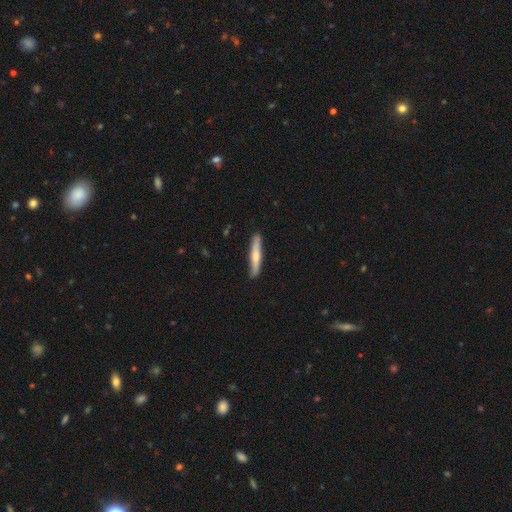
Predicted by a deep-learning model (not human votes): A smooth galaxy with no disk features (58%) that is cigar-shaped (92%).

Vote fractions:
- Smooth or featured? smooth: 58% / featured or disk: 37% / star or artifact: 5%
- How rounded? cigar-shaped: 92% / in between: 6% / round: 1%
- Merging? none: 87% / minor disturbance: 10% / major disturbance: 2% / merger: 1%